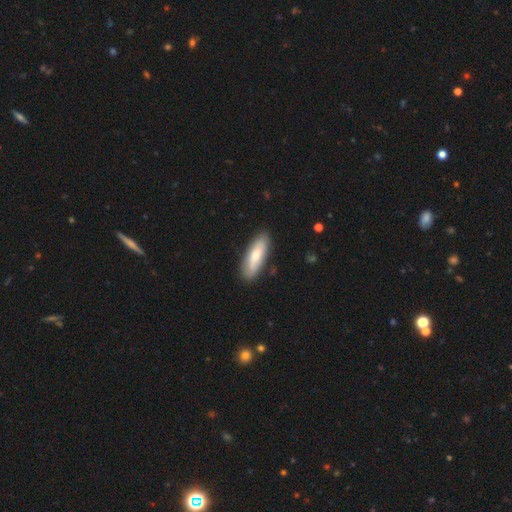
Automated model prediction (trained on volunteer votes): smooth-or-featured: smooth: 72% | featured or disk: 23% | star or artifact: 5%
  how-rounded: in between: 56% | cigar-shaped: 43% | round: 2%
  merging: none: 84% | minor disturbance: 12% | major disturbance: 2% | merger: 2%